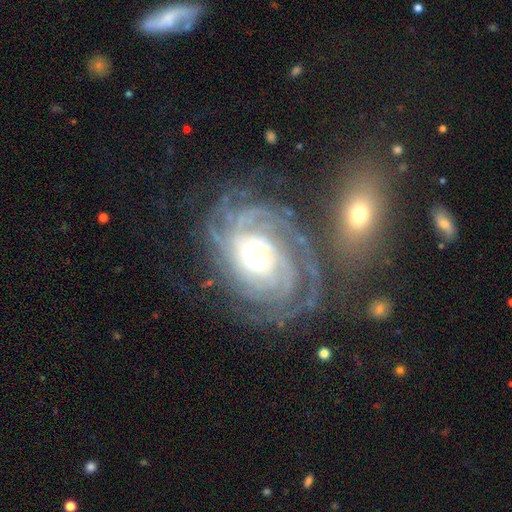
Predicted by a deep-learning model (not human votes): Smooth or featured? Predicted: featured or disk (p=0.90). Edge-on disk? Predicted: no (p=0.97). Bar? Predicted: no (p=0.69). Spiral arms? Predicted: yes (p=0.98). Spiral winding? Predicted: tight (p=0.77). Spiral arm count? Predicted: can't tell (p=0.23). Bulge size? Predicted: moderate (p=0.46). Merging? Predicted: none (p=0.66).